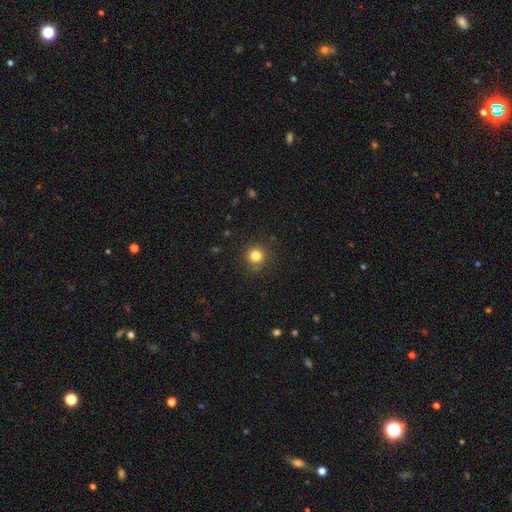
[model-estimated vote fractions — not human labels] Q: Smooth or featured?
A: smooth (82%); runner-up: star or artifact (13%)
Q: How rounded?
A: round (94%); runner-up: in between (5%)
Q: Merging?
A: none (88%); runner-up: minor disturbance (8%)